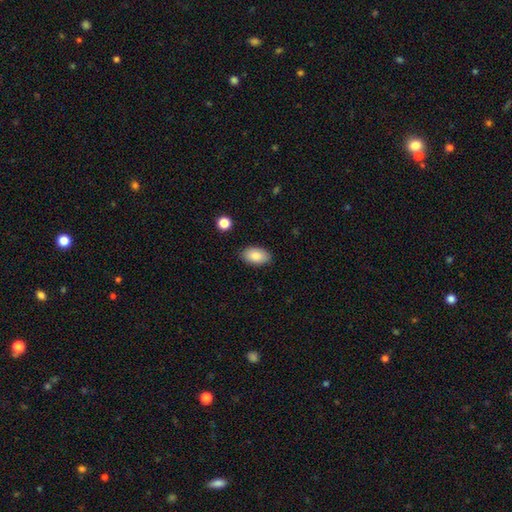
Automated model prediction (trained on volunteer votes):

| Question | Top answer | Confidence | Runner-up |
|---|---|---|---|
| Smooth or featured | smooth | 85% | featured or disk (8%) |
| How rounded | in between | 94% | round (5%) |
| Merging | none | 86% | minor disturbance (10%) |